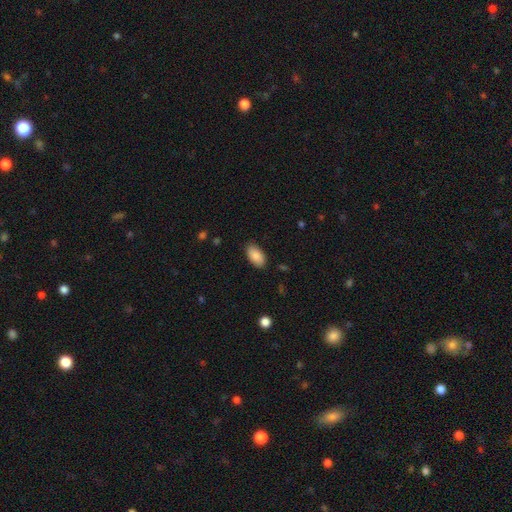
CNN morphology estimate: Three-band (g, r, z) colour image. It shows a smooth galaxy with no disk features (88%) that is in between round and cigar-shaped (95%). Merging: none (87%).